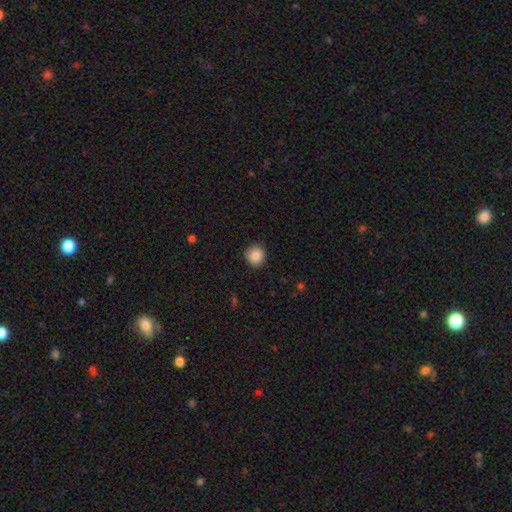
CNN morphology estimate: smooth_or_featured: smooth (p=0.87) [alt: star or artifact p=0.09]
how_rounded: round (p=0.90) [alt: in between p=0.09]
merging: none (p=0.88) [alt: minor disturbance p=0.09]